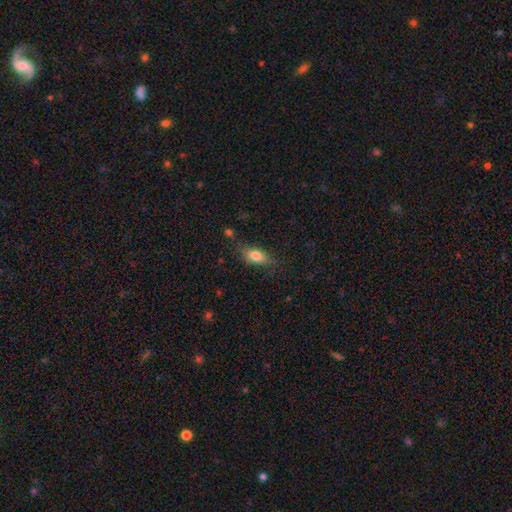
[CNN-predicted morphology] Smooth or featured?
  - smooth: 78% *
  - featured or disk: 13%
  - star or artifact: 8%
How rounded?
  - in between: 81% *
  - cigar-shaped: 13%
  - round: 6%
Merging?
  - none: 73% *
  - minor disturbance: 19%
  - major disturbance: 6%
  - merger: 3%